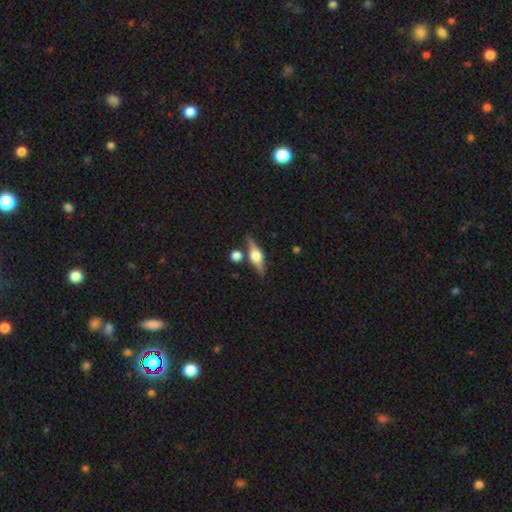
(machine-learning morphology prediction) Smooth or featured: featured or disk — 69% (smooth — 24%)
Edge-on disk: yes — 95% (no — 5%)
Edge-on bulge: rounded — 92% (boxy — 6%)
Merging: none — 78% (minor disturbance — 11%)